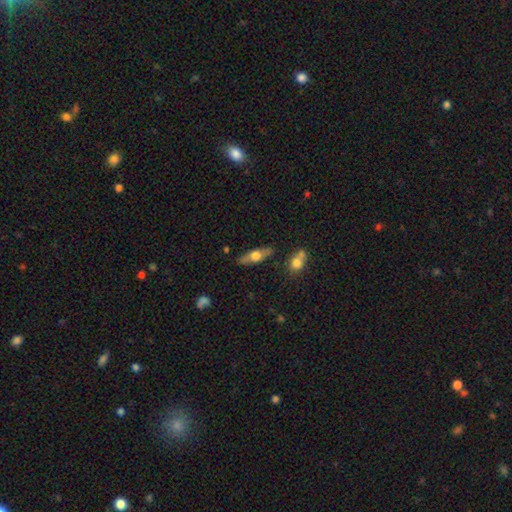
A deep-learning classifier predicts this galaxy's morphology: Smooth or featured? Predicted: smooth (p=0.49). Merging? Predicted: none (p=0.82).